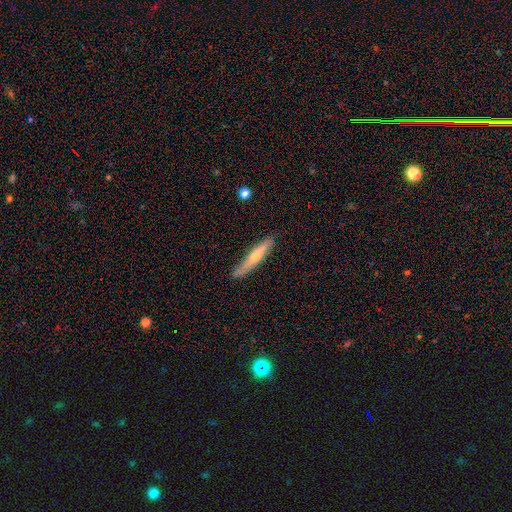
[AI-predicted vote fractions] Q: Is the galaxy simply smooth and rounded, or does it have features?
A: featured or disk — 49%.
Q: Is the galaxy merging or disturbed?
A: none — 84%.